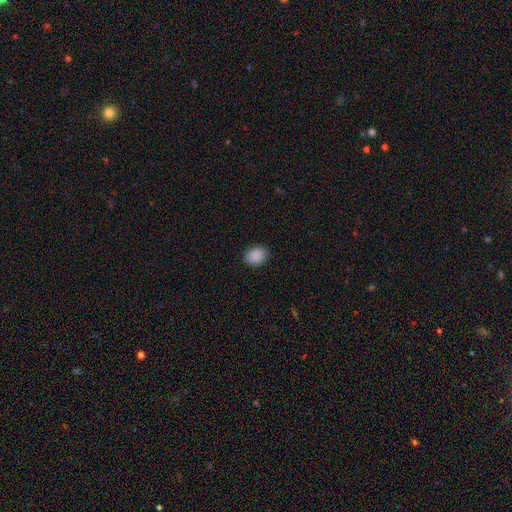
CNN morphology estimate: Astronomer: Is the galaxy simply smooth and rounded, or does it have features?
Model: smooth — 89%.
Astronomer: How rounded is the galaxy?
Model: in between — 58% (runner-up: round, 41%).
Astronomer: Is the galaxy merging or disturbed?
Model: none — 86%.